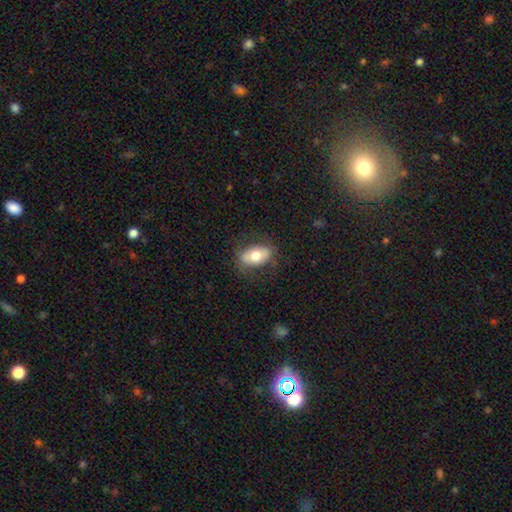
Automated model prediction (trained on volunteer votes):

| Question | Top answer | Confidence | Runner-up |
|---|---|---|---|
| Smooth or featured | smooth | 68% | featured or disk (25%) |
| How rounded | in between | 89% | round (8%) |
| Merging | none | 78% | minor disturbance (15%) |